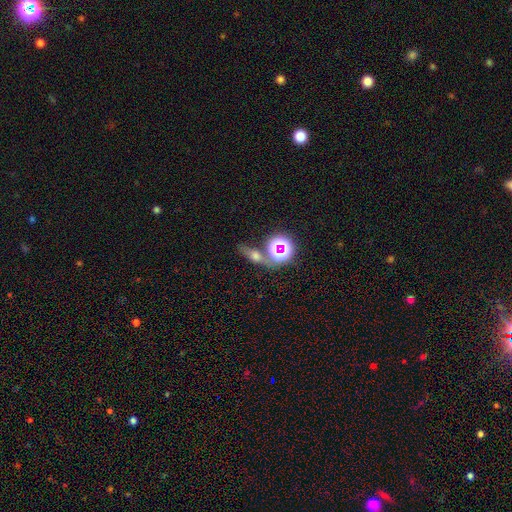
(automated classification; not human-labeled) Overall: smooth (41%; star or artifact 33%). Merging: none (62%).